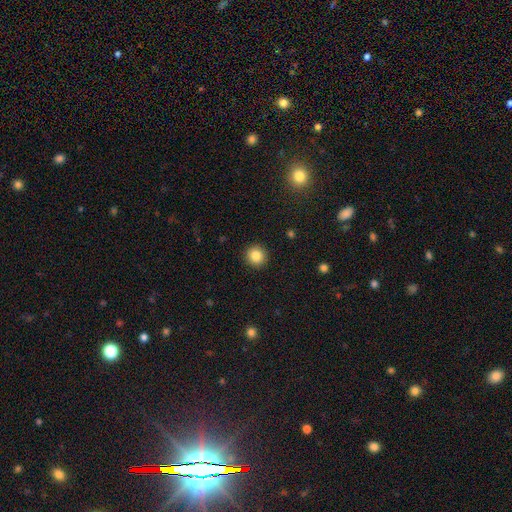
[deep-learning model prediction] A smooth galaxy with no disk features (83%) that is round (93%). Merging: none (92%).